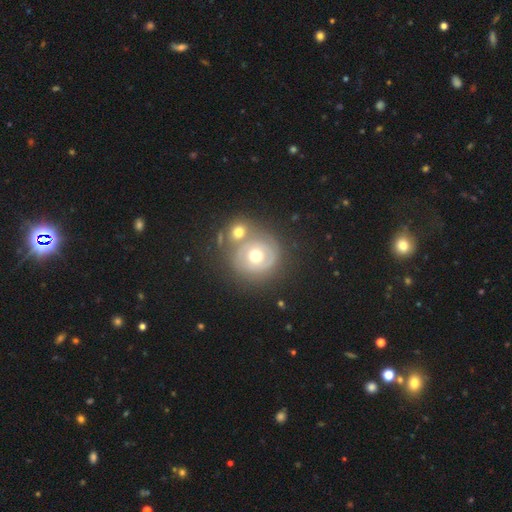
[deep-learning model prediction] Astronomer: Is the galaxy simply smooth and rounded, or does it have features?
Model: featured or disk — 56% (runner-up: smooth, 36%).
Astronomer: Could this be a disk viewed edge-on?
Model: no — 97%.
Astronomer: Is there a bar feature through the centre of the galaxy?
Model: no — 87%.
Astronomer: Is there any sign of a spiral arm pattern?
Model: no — 50%, tied with yes at 50%.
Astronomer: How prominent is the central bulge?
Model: moderate — 77%.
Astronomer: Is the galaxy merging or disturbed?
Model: none — 47% (runner-up: merger, 35%).